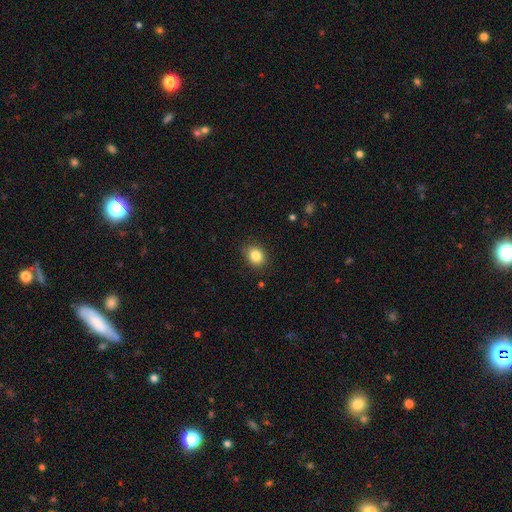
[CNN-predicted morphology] Overall: smooth (85%). How rounded: round (56%; in between 44%). Merging: none (86%).